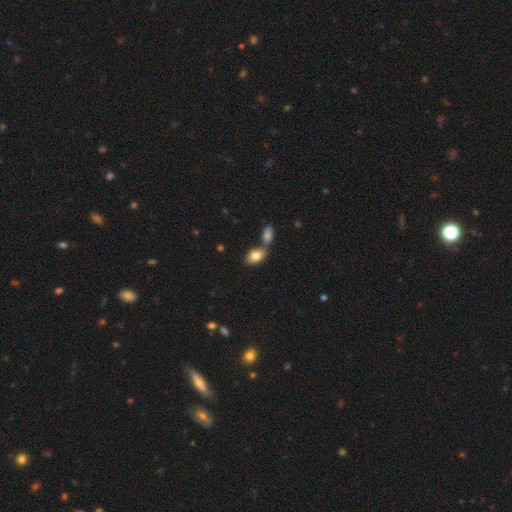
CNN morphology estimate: This appears to be a smooth galaxy with no disk features (83%) that is in between round and cigar-shaped (84%). Merging: merger (49%).